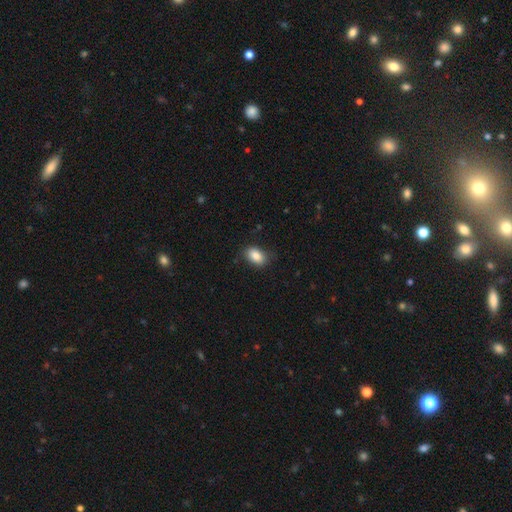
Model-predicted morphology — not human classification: smooth_or_featured: smooth (p=0.86) [alt: star or artifact p=0.08]
how_rounded: in between (p=0.84) [alt: round p=0.15]
merging: none (p=0.81) [alt: minor disturbance p=0.15]